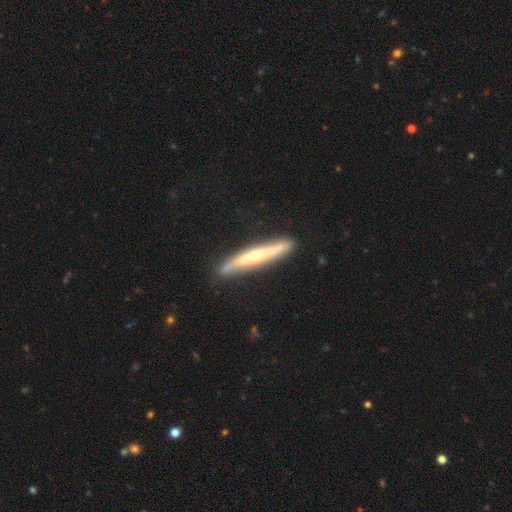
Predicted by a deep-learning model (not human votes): Morphology: type=featured or disk (68%); edge-on=yes (85%); edge-on bulge=rounded (63%); merging=none (80%).